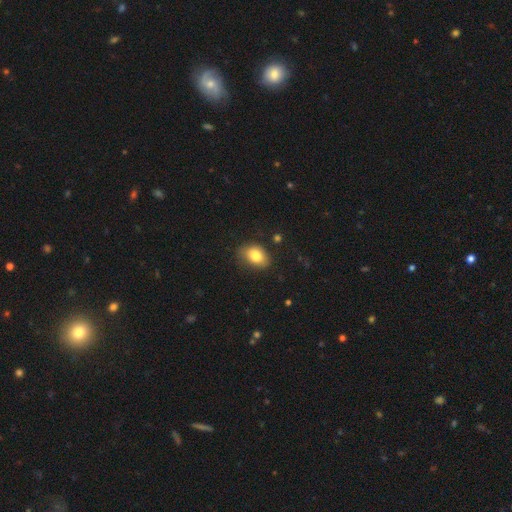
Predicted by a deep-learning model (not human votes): Morphology: type=smooth (82%); roundness=in between (81%); merging=none (74%).